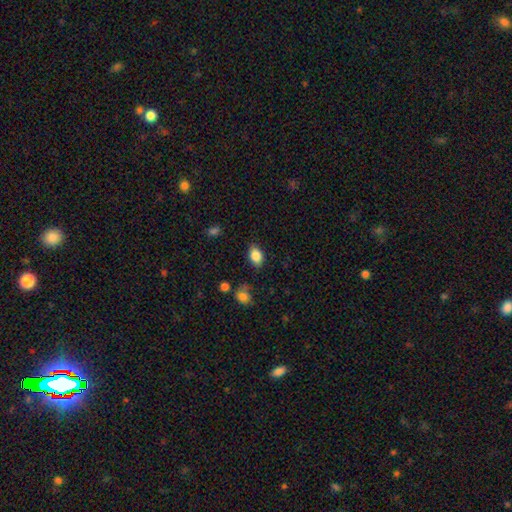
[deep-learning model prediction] A smooth galaxy with no disk features (84%) that is in between round and cigar-shaped (84%). Merging: none (80%).